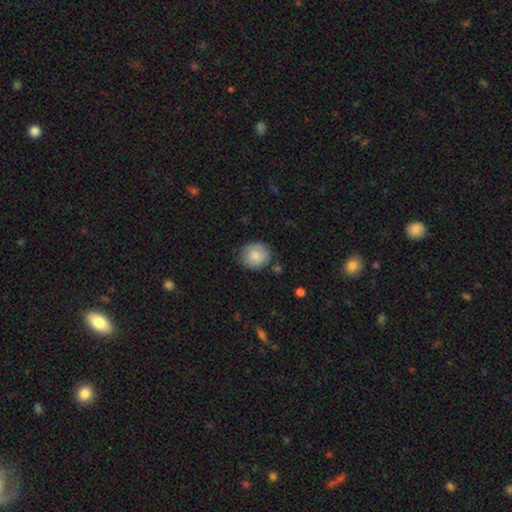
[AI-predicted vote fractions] Smooth or featured: smooth — 78% (featured or disk — 15%)
How rounded: round — 75% (in between — 24%)
Merging: none — 77% (minor disturbance — 17%)